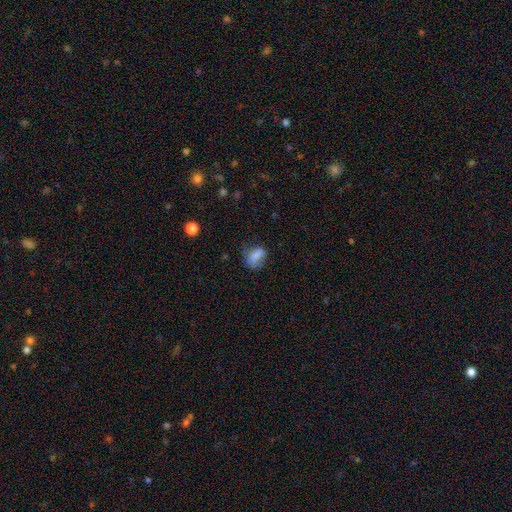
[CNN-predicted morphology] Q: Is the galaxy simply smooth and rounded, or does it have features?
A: smooth — 75%.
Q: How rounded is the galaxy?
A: in between — 75%.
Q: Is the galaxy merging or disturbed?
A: none — 50%.